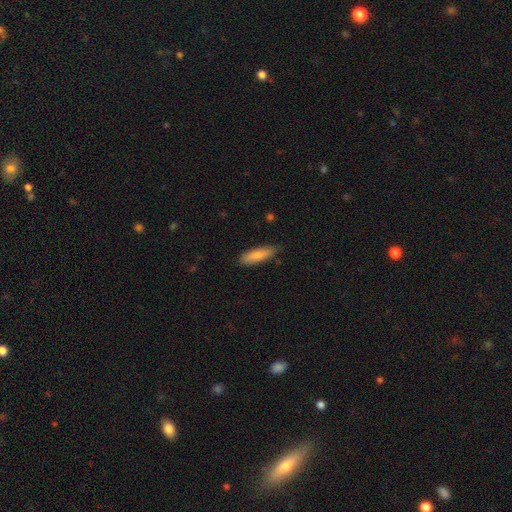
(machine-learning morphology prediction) A smooth galaxy with no disk features (79%) that is cigar-shaped (63%). Merging: none (83%).